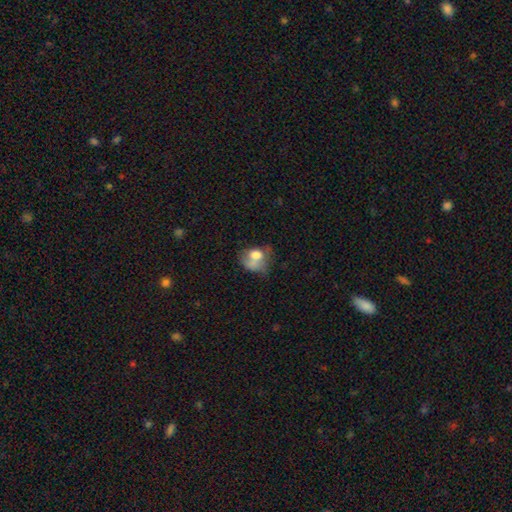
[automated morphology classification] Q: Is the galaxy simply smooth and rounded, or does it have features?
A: smooth — 66%.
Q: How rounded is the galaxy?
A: in between — 54%.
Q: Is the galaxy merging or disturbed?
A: major disturbance — 29%.